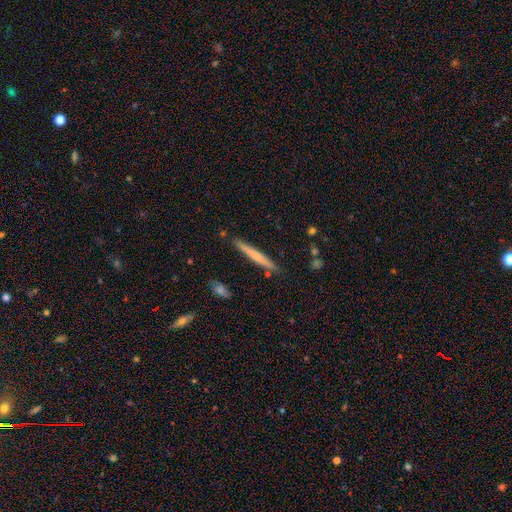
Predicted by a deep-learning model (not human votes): This appears to be a smooth galaxy with no disk features (57%) that is cigar-shaped (96%). Merging: none (88%).